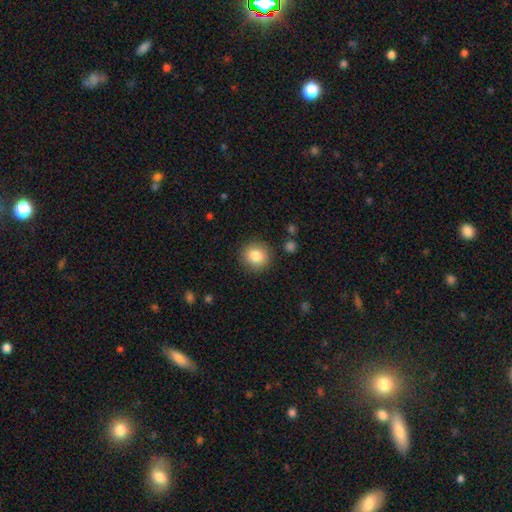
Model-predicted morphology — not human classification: Smooth or featured: smooth — 84% (star or artifact — 9%)
How rounded: round — 88% (in between — 11%)
Merging: none — 88% (minor disturbance — 7%)